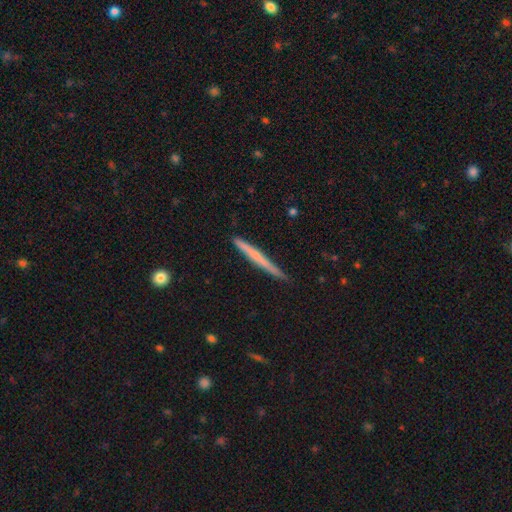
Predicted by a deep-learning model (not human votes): Smooth or featured?
  - smooth: 47% * (tied)
  - featured or disk: 47% * (tied)
  - star or artifact: 6%
Merging?
  - none: 85% *
  - minor disturbance: 12%
  - major disturbance: 2%
  - merger: 1%